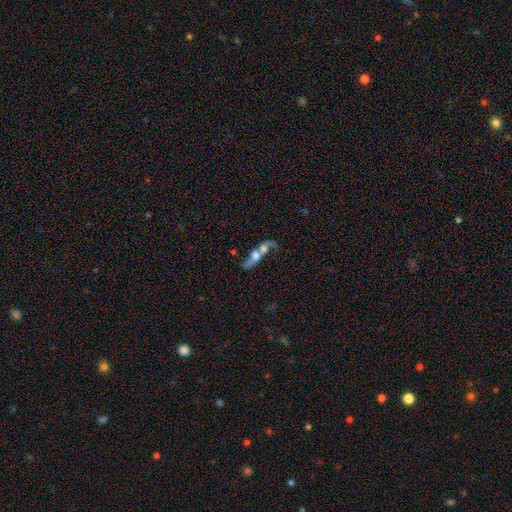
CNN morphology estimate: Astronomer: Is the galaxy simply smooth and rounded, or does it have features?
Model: featured or disk — 55% (runner-up: smooth, 35%).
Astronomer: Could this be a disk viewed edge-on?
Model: no — 83%.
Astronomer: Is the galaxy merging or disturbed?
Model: merger — 68%.